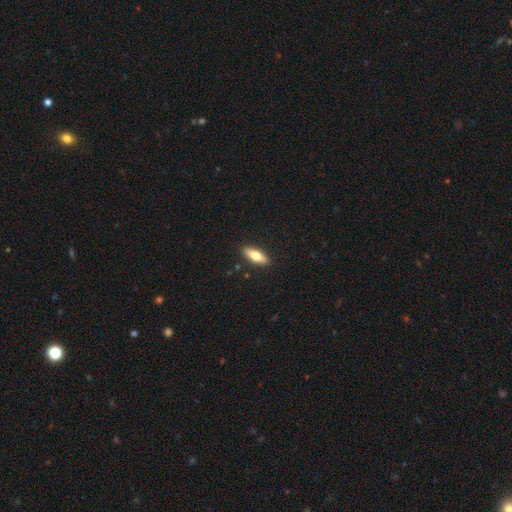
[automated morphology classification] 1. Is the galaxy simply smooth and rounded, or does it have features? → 66% smooth, 28% featured or disk, 6% star or artifact.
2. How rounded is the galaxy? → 63% in between, 35% cigar-shaped, 3% round.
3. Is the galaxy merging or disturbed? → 89% none, 8% minor disturbance, 2% major disturbance, 1% merger.